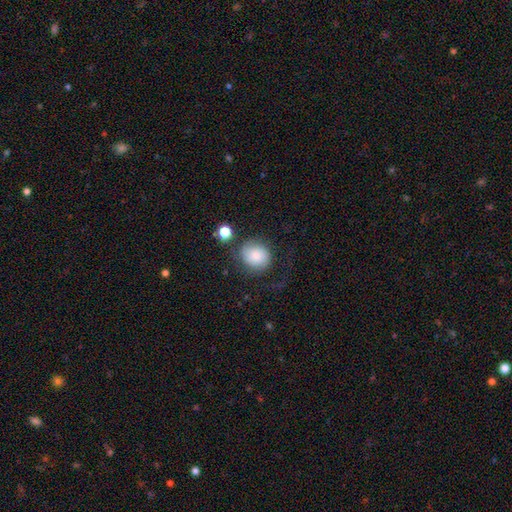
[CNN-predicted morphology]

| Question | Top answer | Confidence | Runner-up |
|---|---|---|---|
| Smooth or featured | smooth | 70% | featured or disk (21%) |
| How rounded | round | 81% | in between (18%) |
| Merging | none | 59% | minor disturbance (20%) |